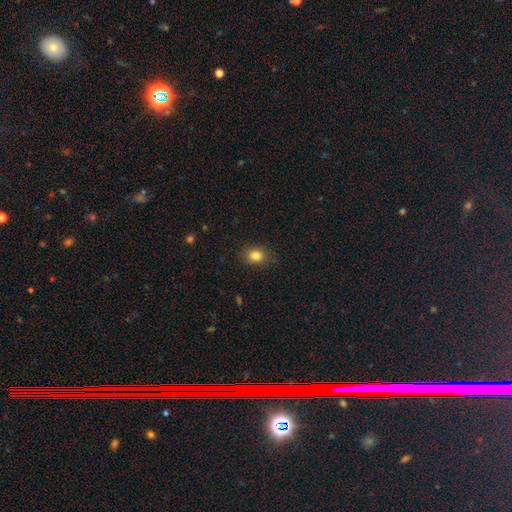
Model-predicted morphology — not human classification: Smooth or featured: smooth — 83% (star or artifact — 11%)
How rounded: in between — 55% (round — 44%)
Merging: none — 84% (minor disturbance — 12%)